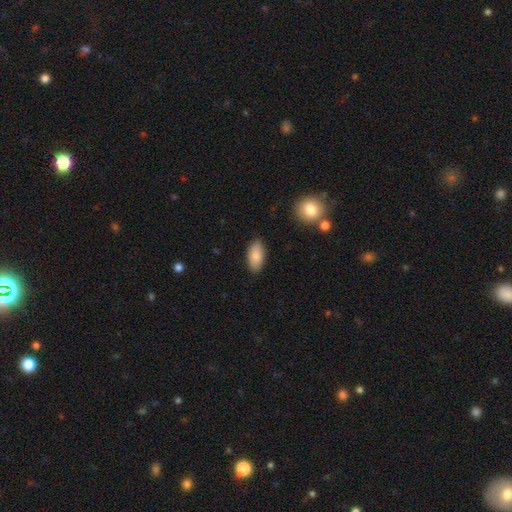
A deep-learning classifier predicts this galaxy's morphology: smooth-or-featured: smooth: 85% | featured or disk: 8% | star or artifact: 6%
  how-rounded: in between: 92% | cigar-shaped: 6% | round: 3%
  merging: none: 87% | minor disturbance: 9% | major disturbance: 2% | merger: 1%